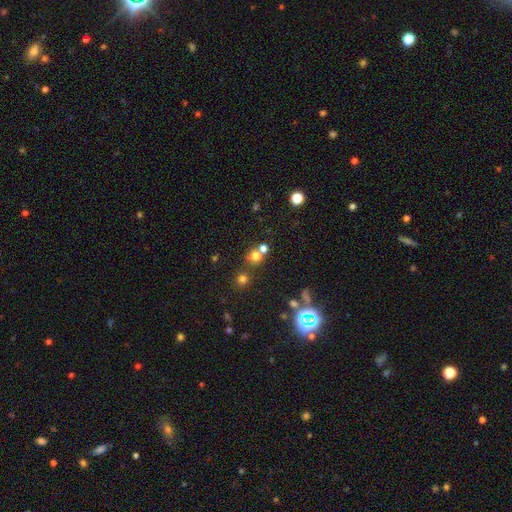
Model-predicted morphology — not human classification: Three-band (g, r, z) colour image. It shows a smooth galaxy with no disk features (64%) that is round (81%). Merging: none (53%).